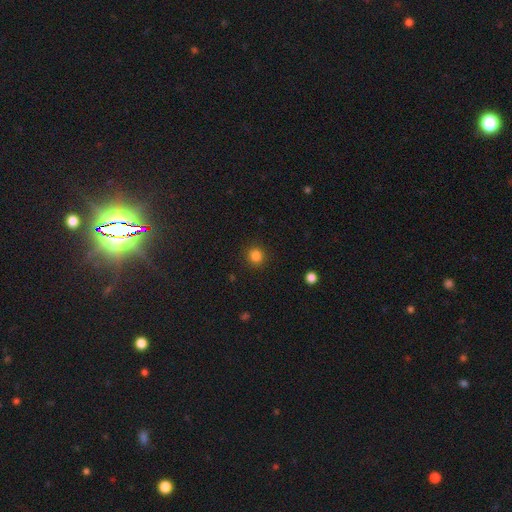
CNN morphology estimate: type=smooth (83%); roundness=round (93%); merging=none (91%).